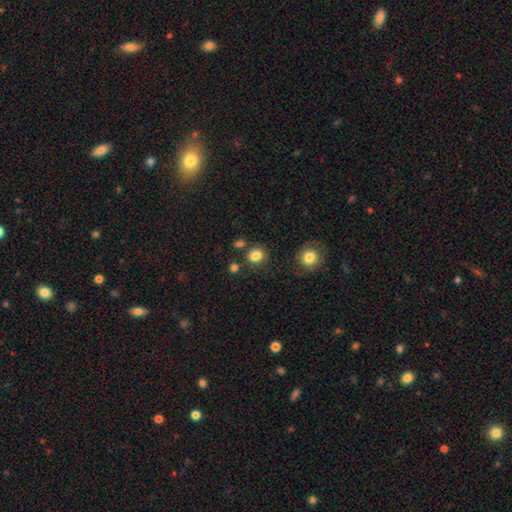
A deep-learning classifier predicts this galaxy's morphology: This is clearly a smooth galaxy (83%). How rounded: clearly round (87%). Merging: clearly none (82%).